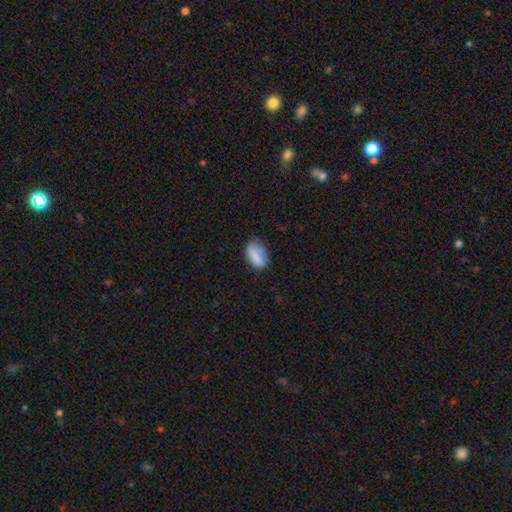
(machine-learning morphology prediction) Smooth or featured? smooth (83%)
How rounded? in between (88%)
Merging? none (67%)